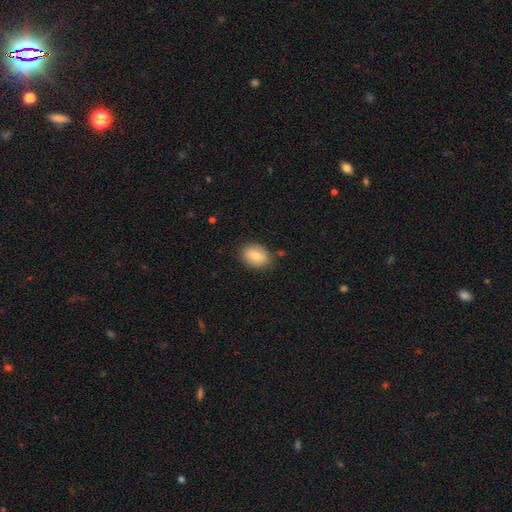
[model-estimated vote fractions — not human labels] Smooth or featured? smooth (77%)
How rounded? in between (77%)
Merging? none (83%)